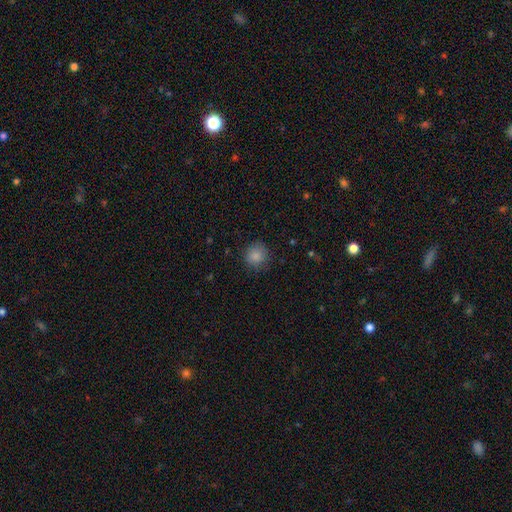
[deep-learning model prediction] Smooth or featured? smooth (86%)
How rounded? round (90%)
Merging? none (84%)